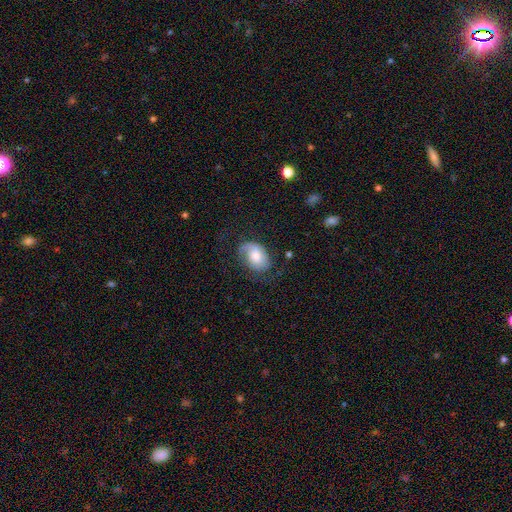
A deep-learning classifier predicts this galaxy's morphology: Smooth or featured?
  - smooth: 48% *
  - featured or disk: 45%
  - star or artifact: 8%
Merging?
  - none: 53% *
  - minor disturbance: 26%
  - major disturbance: 19%
  - merger: 2%